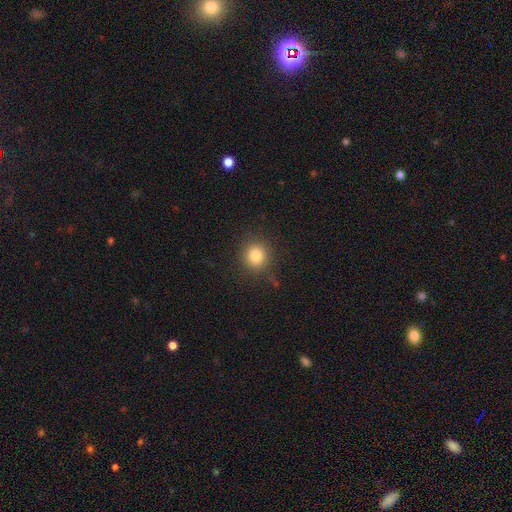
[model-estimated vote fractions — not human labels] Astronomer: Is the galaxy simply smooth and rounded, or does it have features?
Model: smooth — 82%.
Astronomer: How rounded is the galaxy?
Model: round — 87%.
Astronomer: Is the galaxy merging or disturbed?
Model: none — 87%.